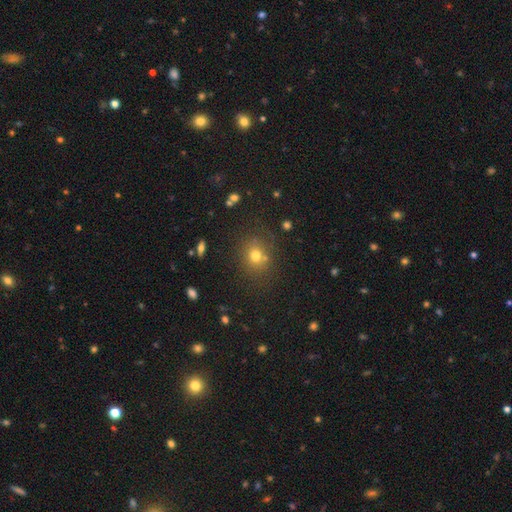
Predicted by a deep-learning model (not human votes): smooth-or-featured: smooth: 69% | star or artifact: 21% | featured or disk: 11%
  how-rounded: round: 74% | in between: 25% | cigar-shaped: 1%
  merging: none: 73% | merger: 12% | minor disturbance: 11% | major disturbance: 4%